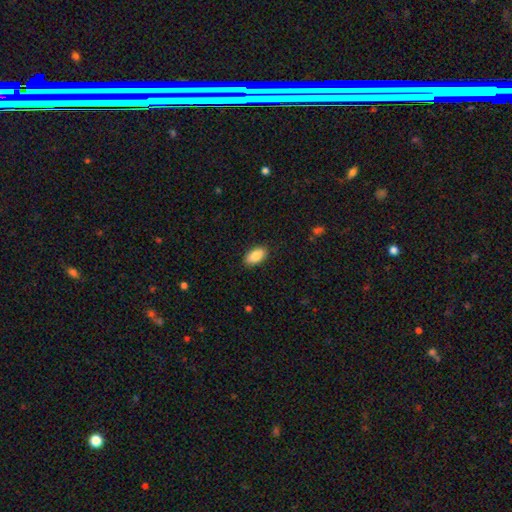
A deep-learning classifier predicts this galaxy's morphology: smooth 90%, star or artifact 7%, featured or disk 4%. Down the decision tree: how rounded — in between (94%); merging — none (89%).